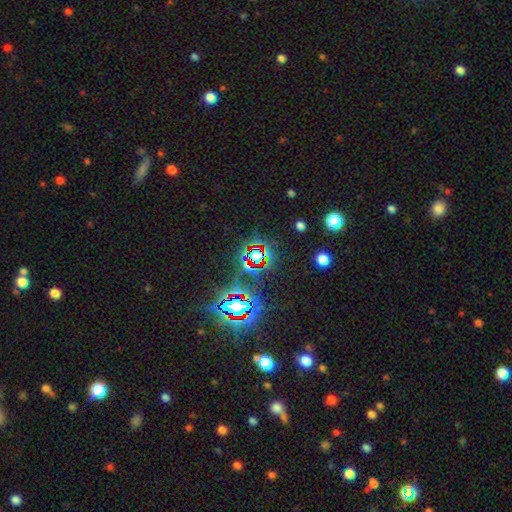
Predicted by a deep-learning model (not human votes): Smooth or featured: star or artifact — 79% (smooth — 12%)